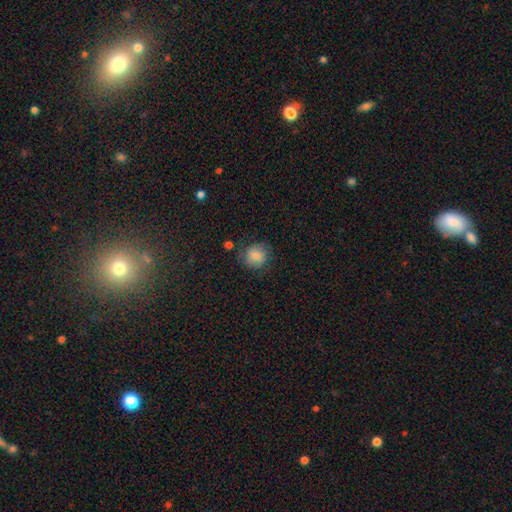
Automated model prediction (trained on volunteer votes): Smooth or featured?
  - smooth: 81% *
  - featured or disk: 10%
  - star or artifact: 9%
How rounded?
  - round: 84% *
  - in between: 15%
  - cigar-shaped: 1%
Merging?
  - none: 75% *
  - minor disturbance: 17%
  - major disturbance: 6%
  - merger: 3%